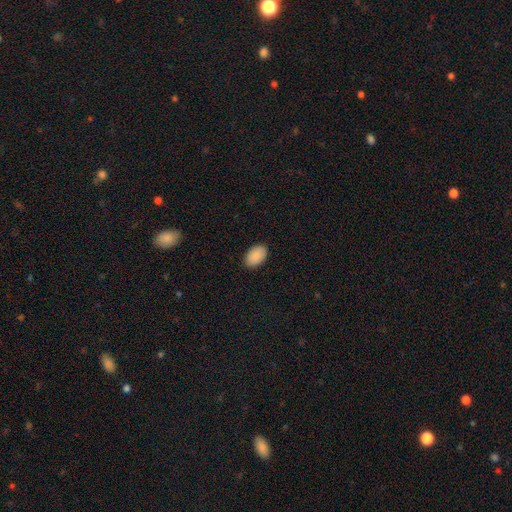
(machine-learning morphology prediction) Smooth or featured? Predicted: smooth (p=0.90). How rounded? Predicted: in between (p=0.91). Merging? Predicted: none (p=0.90).